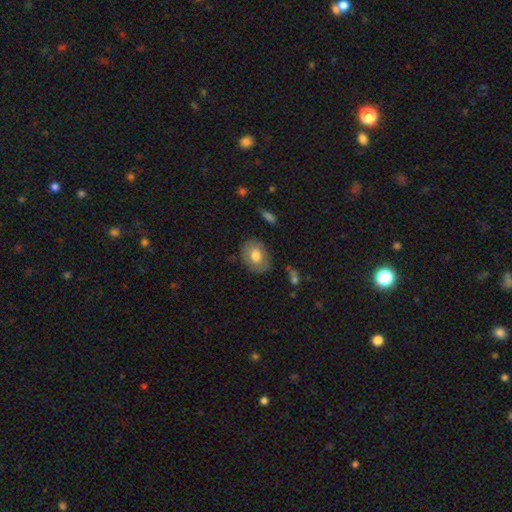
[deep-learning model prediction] The model was most divided on "how rounded": in between: 62%, round: 37%, cigar-shaped: 1%. More confident: merging — none (79%); smooth or featured — smooth (65%).